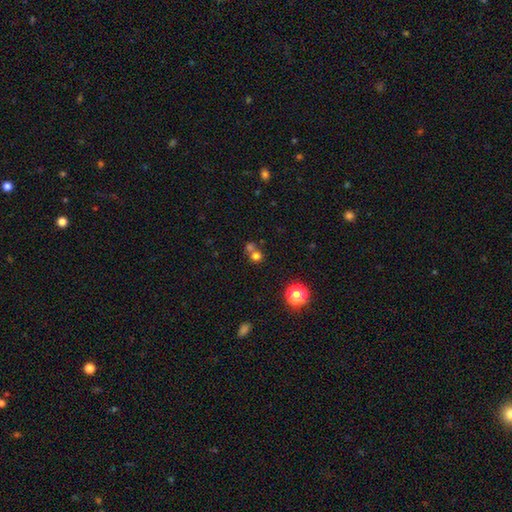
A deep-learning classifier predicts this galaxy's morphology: Smooth or featured?
  - smooth: 70% *
  - star or artifact: 19%
  - featured or disk: 11%
How rounded?
  - round: 85% *
  - in between: 14%
  - cigar-shaped: 1%
Merging?
  - merger: 46% *
  - none: 45%
  - minor disturbance: 6%
  - major disturbance: 3%